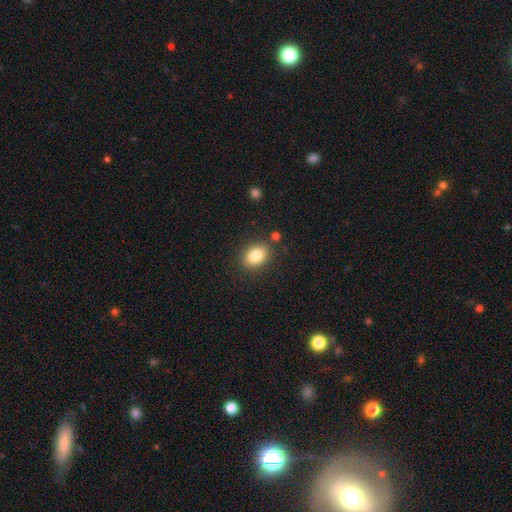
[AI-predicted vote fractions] This is clearly a smooth galaxy (84%). How rounded: likely in between (73%). Merging: clearly none (83%).